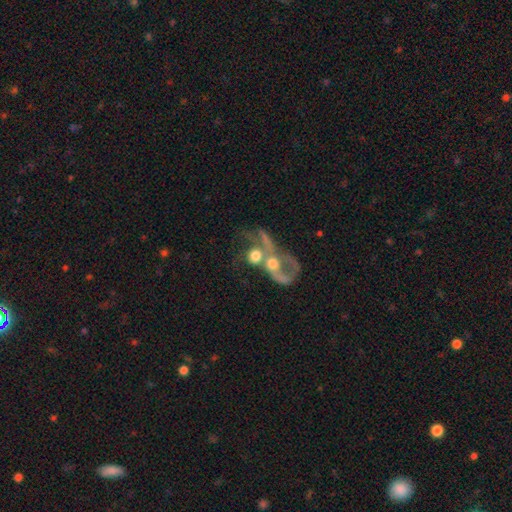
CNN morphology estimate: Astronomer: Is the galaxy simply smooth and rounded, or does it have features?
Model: featured or disk — 50% (runner-up: smooth, 41%).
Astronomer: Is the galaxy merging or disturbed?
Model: merger — 71%.